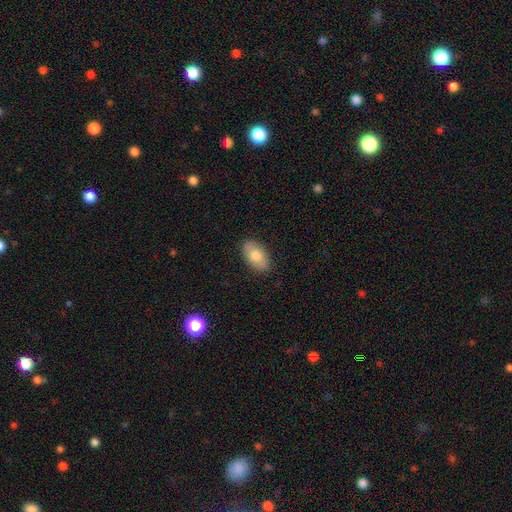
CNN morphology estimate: Q: Smooth or featured?
A: smooth (74%); runner-up: featured or disk (19%)
Q: How rounded?
A: in between (92%); runner-up: round (6%)
Q: Merging?
A: none (86%); runner-up: minor disturbance (11%)